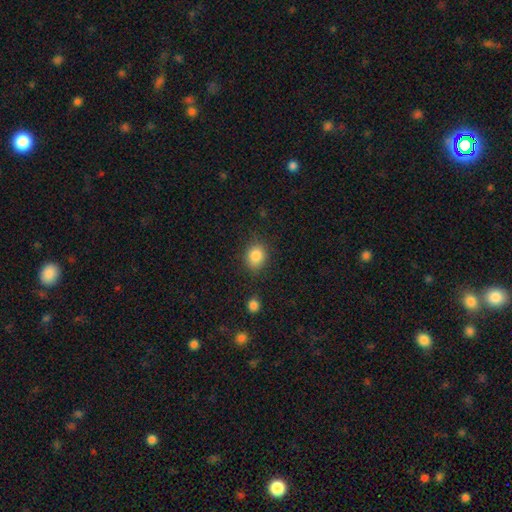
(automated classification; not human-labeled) A smooth galaxy with no disk features (85%) that is round (62%).

Vote fractions:
- Smooth or featured? smooth: 85% / star or artifact: 10% / featured or disk: 6%
- How rounded? round: 62% / in between: 37% / cigar-shaped: 1%
- Merging? none: 79% / minor disturbance: 14% / major disturbance: 4% / merger: 3%